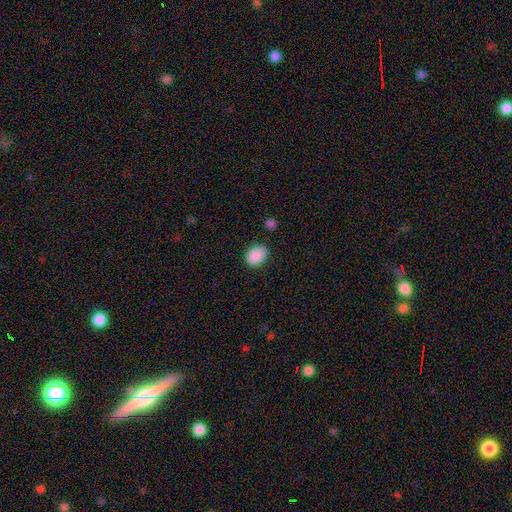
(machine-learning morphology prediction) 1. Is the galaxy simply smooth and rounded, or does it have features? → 89% smooth, 8% star or artifact, 3% featured or disk.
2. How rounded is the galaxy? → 64% in between, 35% round, 1% cigar-shaped.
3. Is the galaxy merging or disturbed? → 83% none, 12% minor disturbance, 3% major disturbance, 2% merger.